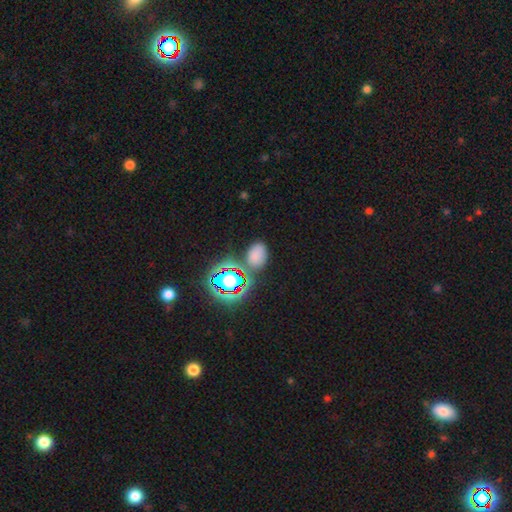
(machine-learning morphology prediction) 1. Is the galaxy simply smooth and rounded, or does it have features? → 65% smooth, 27% star or artifact, 8% featured or disk.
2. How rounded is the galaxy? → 83% in between, 15% round, 2% cigar-shaped.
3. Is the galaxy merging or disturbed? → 71% none, 15% minor disturbance, 8% merger, 5% major disturbance.